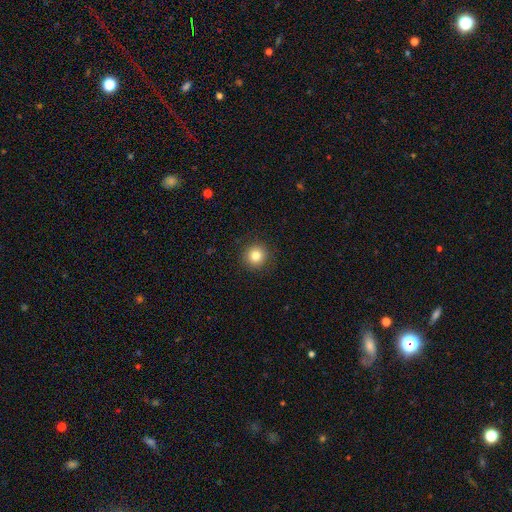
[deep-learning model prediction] This is clearly a smooth galaxy (83%). How rounded: clearly round (95%). Merging: clearly none (92%).